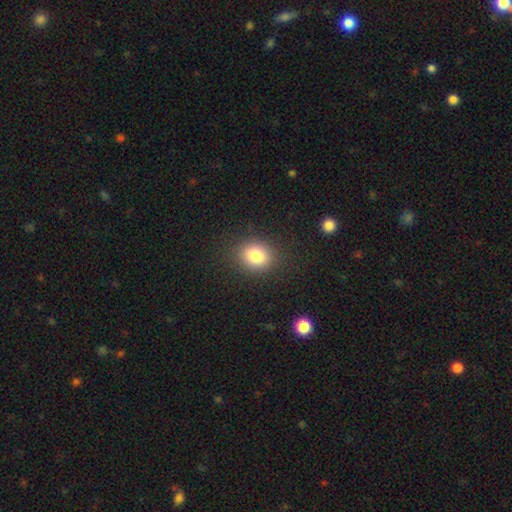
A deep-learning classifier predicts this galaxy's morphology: A smooth galaxy with no disk features (82%) that is round (57%).

Vote fractions:
- Smooth or featured? smooth: 82% / star or artifact: 11% / featured or disk: 7%
- How rounded? round: 57% / in between: 42% / cigar-shaped: 1%
- Merging? none: 87% / minor disturbance: 9% / major disturbance: 3% / merger: 1%